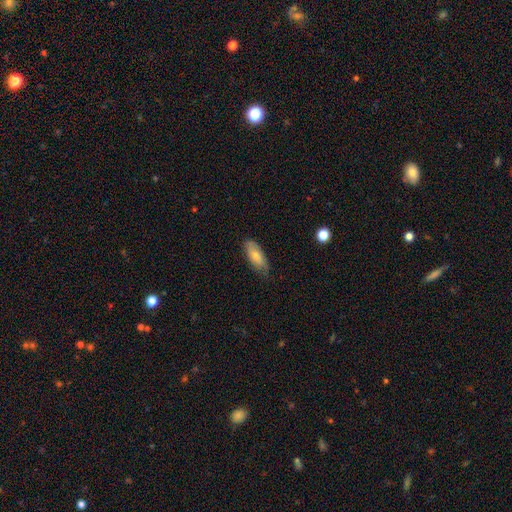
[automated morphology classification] Smooth or featured?
  - smooth: 72% *
  - featured or disk: 22%
  - star or artifact: 6%
How rounded?
  - in between: 80% *
  - cigar-shaped: 18%
  - round: 2%
Merging?
  - none: 68% *
  - minor disturbance: 26%
  - major disturbance: 4%
  - merger: 1%